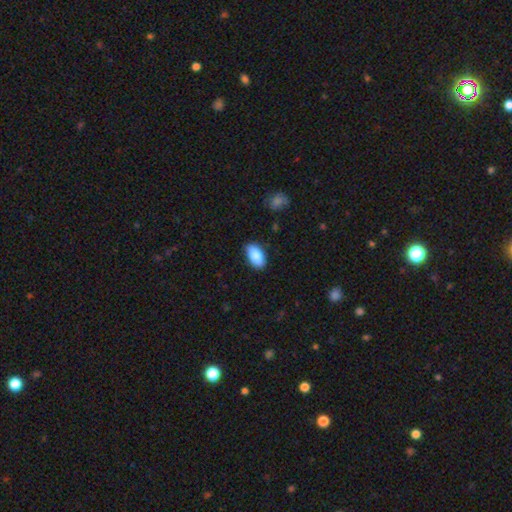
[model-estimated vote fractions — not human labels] Smooth or featured? Predicted: smooth (p=0.85). How rounded? Predicted: in between (p=0.93). Merging? Predicted: none (p=0.86).